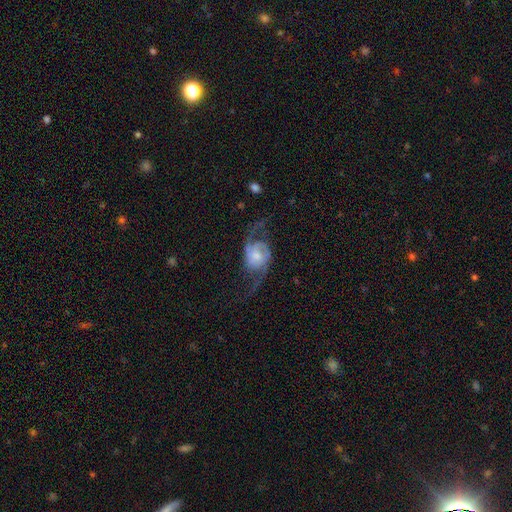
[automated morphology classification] type=featured or disk (83%); edge-on=no (97%); bar=no (57%); spiral arms=yes (95%); winding=loose (63%); arm count=2 (92%); bulge=moderate (38%); merging=none (56%).